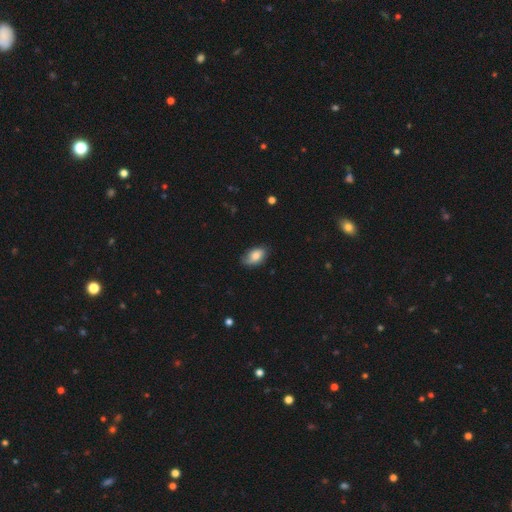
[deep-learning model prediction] Smooth or featured: smooth — 75% (featured or disk — 17%)
How rounded: in between — 92% (round — 6%)
Merging: none — 71% (minor disturbance — 24%)